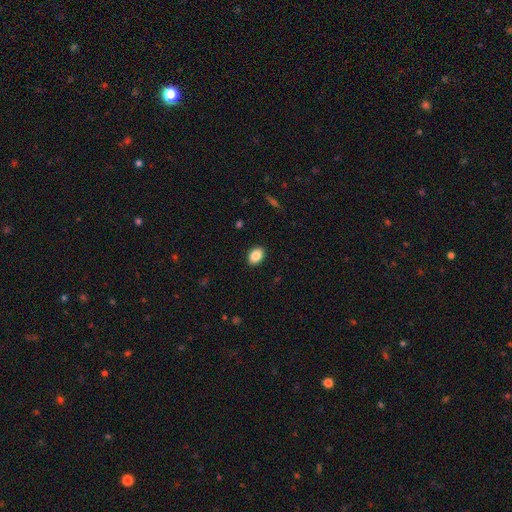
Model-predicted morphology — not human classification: The model was most divided on "how rounded": in between: 80%, round: 19%, cigar-shaped: 1%. More confident: merging — none (90%); smooth or featured — smooth (87%).